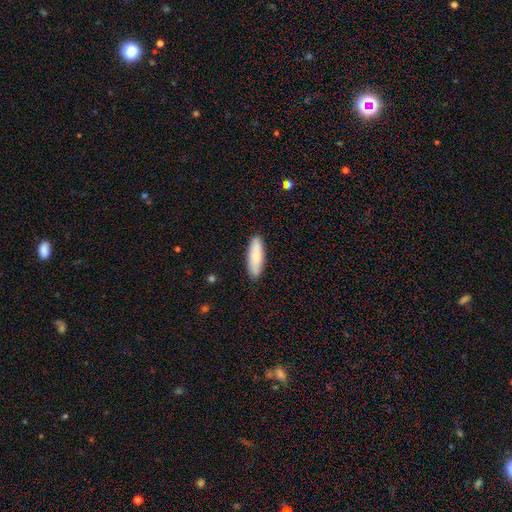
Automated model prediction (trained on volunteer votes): Overall: smooth (82%). How rounded: cigar-shaped (52%; in between 46%). Merging: none (89%).